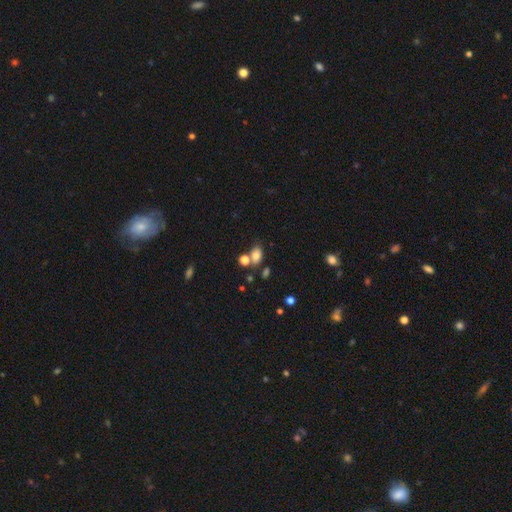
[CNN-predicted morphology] A smooth galaxy with no disk features (76%) that is in between round and cigar-shaped (77%).

Vote fractions:
- Smooth or featured? smooth: 76% / star or artifact: 13% / featured or disk: 11%
- How rounded? in between: 77% / round: 21% / cigar-shaped: 2%
- Merging? none: 55% / merger: 26% / minor disturbance: 14% / major disturbance: 5%